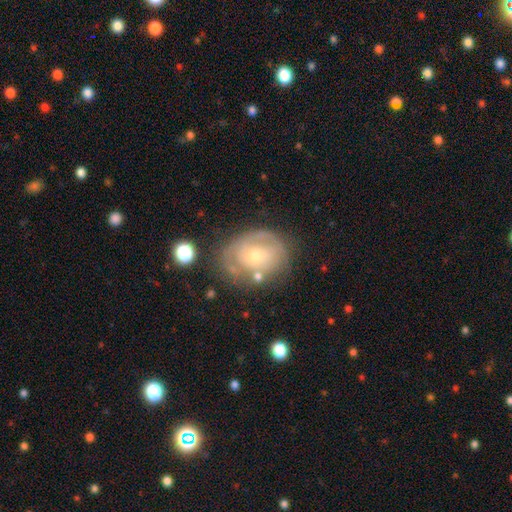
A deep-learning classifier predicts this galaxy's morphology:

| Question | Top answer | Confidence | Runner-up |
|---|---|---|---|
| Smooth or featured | featured or disk | 68% | smooth (25%) |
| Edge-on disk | no | 96% | yes (4%) |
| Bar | no | 79% | weak (18%) |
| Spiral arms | yes | 68% | no (32%) |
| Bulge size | small | 67% | moderate (29%) |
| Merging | none | 59% | minor disturbance (24%) |